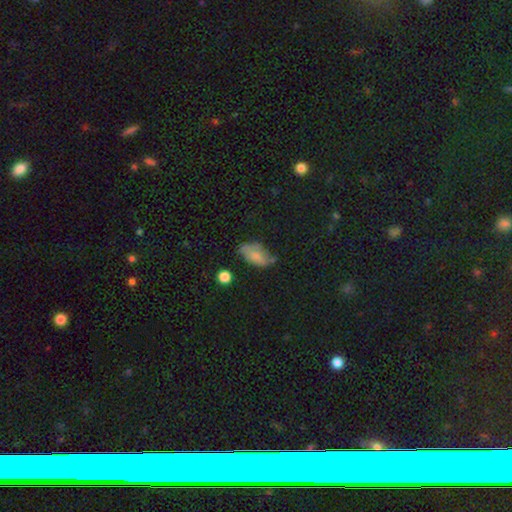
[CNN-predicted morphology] smooth_or_featured: smooth (p=0.69) [alt: featured or disk p=0.20]
how_rounded: in between (p=0.91) [alt: round p=0.05]
merging: none (p=0.48) [alt: minor disturbance p=0.34]